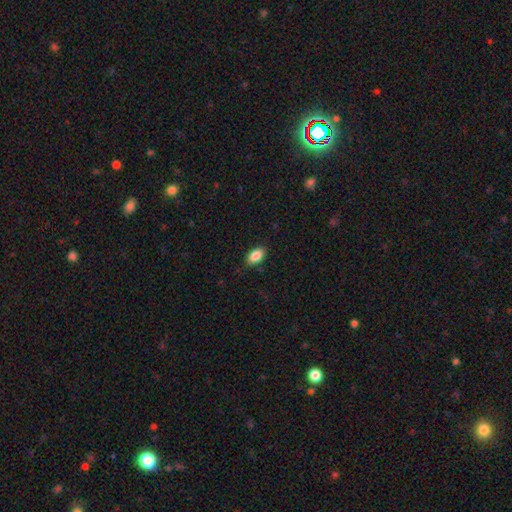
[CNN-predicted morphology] The model was most divided on "merging": none: 84%, minor disturbance: 12%, major disturbance: 2%, merger: 1%. More confident: how rounded — in between (91%); smooth or featured — smooth (86%).